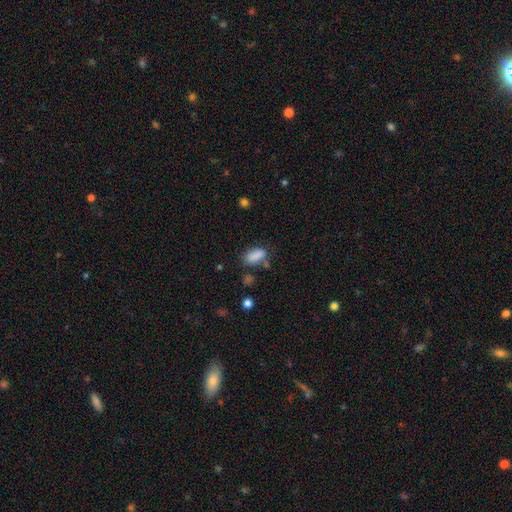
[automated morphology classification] This appears to be a smooth galaxy with no disk features (85%) that is in between round and cigar-shaped (90%). Merging: none (64%).